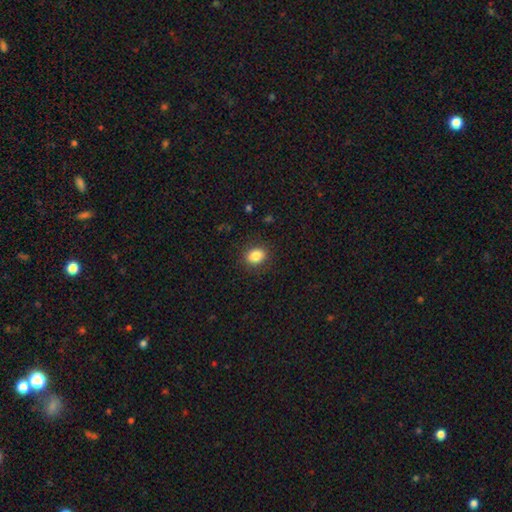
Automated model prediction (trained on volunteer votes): Smooth or featured?
  - smooth: 85% *
  - star or artifact: 10%
  - featured or disk: 6%
How rounded?
  - in between: 50% *
  - round: 49%
  - cigar-shaped: 1%
Merging?
  - none: 87% *
  - minor disturbance: 9%
  - major disturbance: 3%
  - merger: 1%